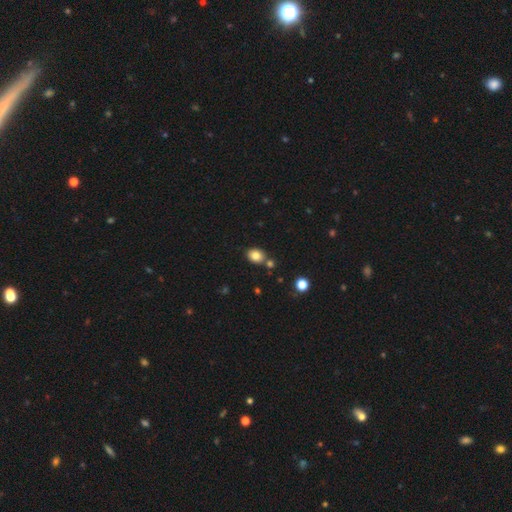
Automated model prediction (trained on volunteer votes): A smooth galaxy with no disk features (83%) that is in between round and cigar-shaped (58%).

Vote fractions:
- Smooth or featured? smooth: 83% / star or artifact: 10% / featured or disk: 7%
- How rounded? in between: 58% / round: 41% / cigar-shaped: 1%
- Merging? none: 75% / merger: 12% / minor disturbance: 11% / major disturbance: 3%